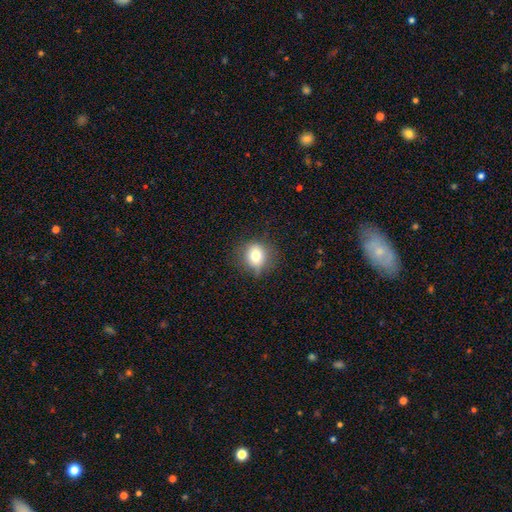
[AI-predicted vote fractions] Smooth or featured?
  - smooth: 75% *
  - featured or disk: 13%
  - star or artifact: 12%
How rounded?
  - round: 79% *
  - in between: 20%
  - cigar-shaped: 1%
Merging?
  - none: 75% *
  - minor disturbance: 18%
  - major disturbance: 5%
  - merger: 1%